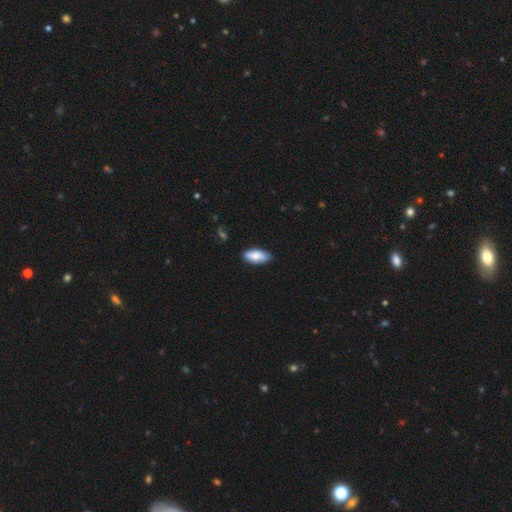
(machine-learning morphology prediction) Smooth or featured? Predicted: smooth (p=0.78). How rounded? Predicted: in between (p=0.91). Merging? Predicted: none (p=0.75).